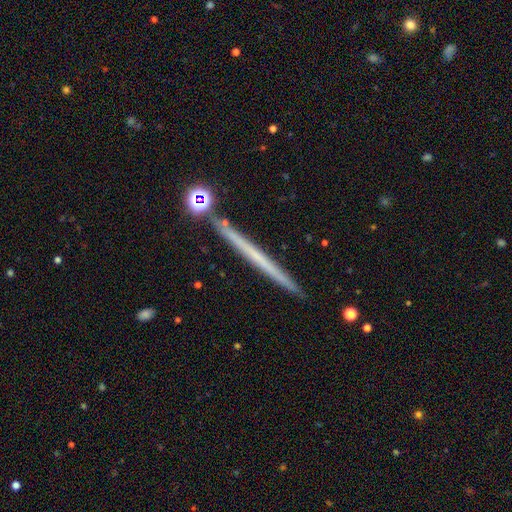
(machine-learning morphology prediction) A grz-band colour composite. It shows a featured or disk galaxy (53%) viewed edge-on (97%) with no central bulge (92%). Merging: none (89%).